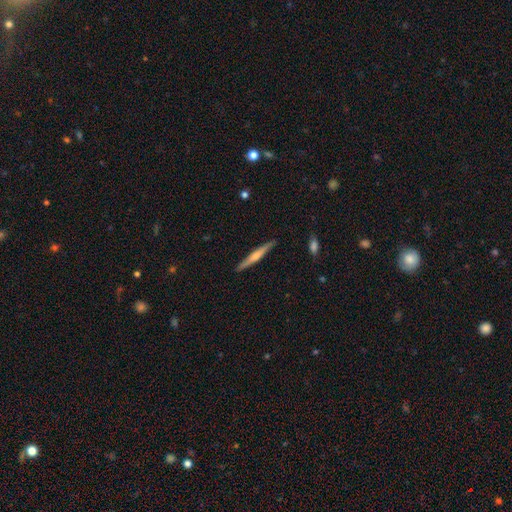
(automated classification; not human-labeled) This appears to be a featured or disk galaxy (56%) viewed edge-on (97%) with a rounded central bulge (72%). Merging: none (90%).